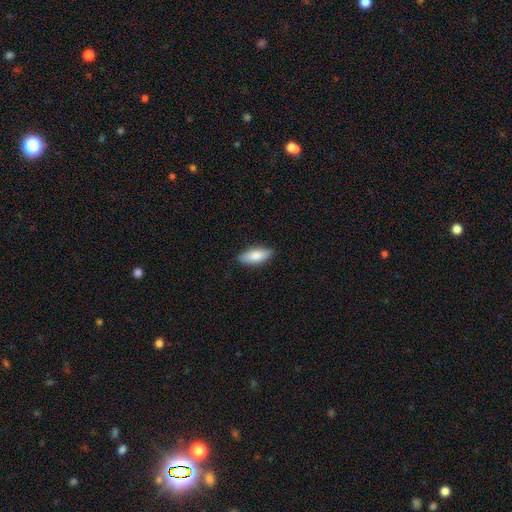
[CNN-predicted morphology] Smooth or featured: smooth — 83% (featured or disk — 11%)
How rounded: in between — 77% (cigar-shaped — 21%)
Merging: none — 85% (minor disturbance — 11%)